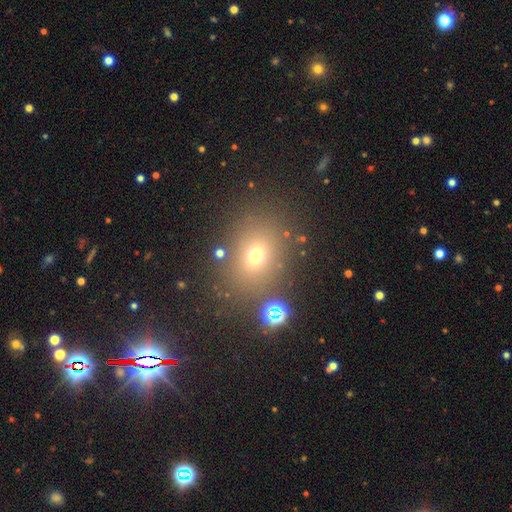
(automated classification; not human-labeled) Smooth or featured?
  - smooth: 65% *
  - star or artifact: 23%
  - featured or disk: 12%
How rounded?
  - in between: 51% *
  - round: 48%
  - cigar-shaped: 1%
Merging?
  - none: 79% *
  - minor disturbance: 10%
  - merger: 5%
  - major disturbance: 5%